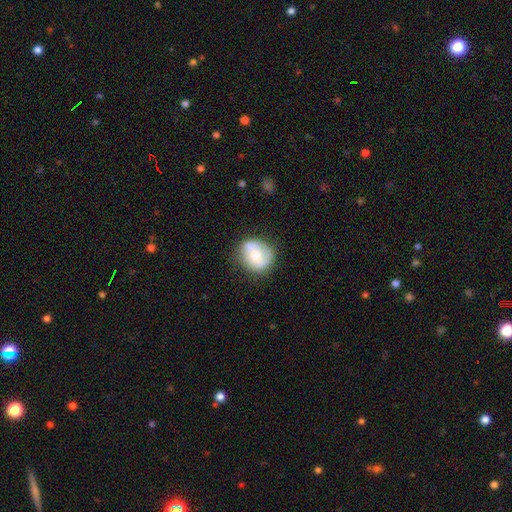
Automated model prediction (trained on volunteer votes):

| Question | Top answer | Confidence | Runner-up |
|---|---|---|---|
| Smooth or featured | smooth | 55% | featured or disk (37%) |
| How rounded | round | 79% | in between (20%) |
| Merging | none | 66% | minor disturbance (21%) |